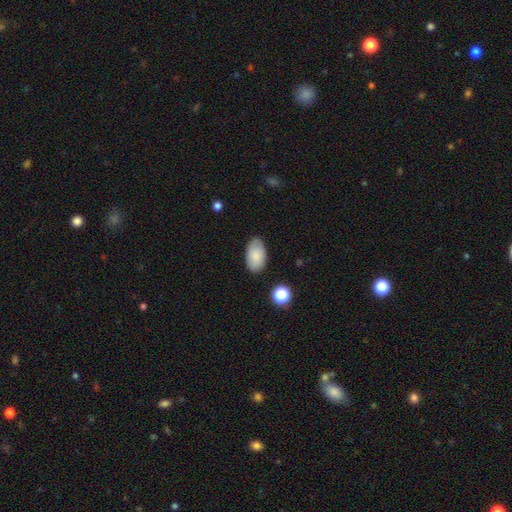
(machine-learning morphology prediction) A smooth galaxy with no disk features (83%) that is in between round and cigar-shaped (94%). Merging: none (82%).